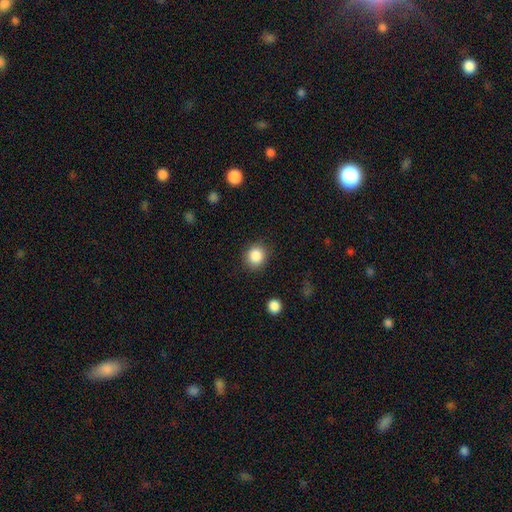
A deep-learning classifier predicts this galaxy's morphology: type=smooth (86%); roundness=round (80%); merging=none (87%).